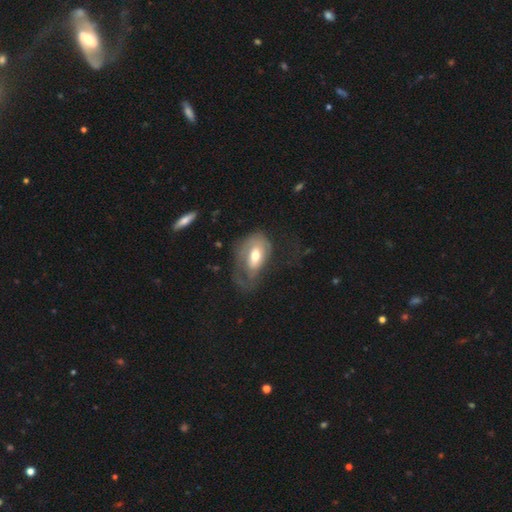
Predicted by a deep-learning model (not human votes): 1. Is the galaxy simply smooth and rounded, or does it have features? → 50% featured or disk, 43% smooth, 7% star or artifact.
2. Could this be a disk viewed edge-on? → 92% no, 8% yes.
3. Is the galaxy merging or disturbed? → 46% major disturbance, 30% none, 22% minor disturbance, 2% merger.